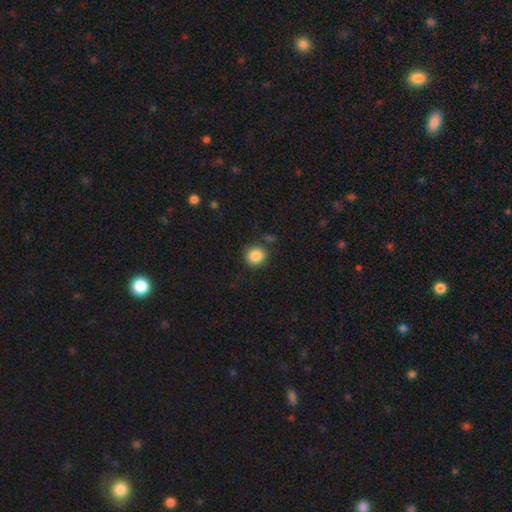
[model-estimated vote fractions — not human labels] Smooth or featured? Predicted: smooth (p=0.86). How rounded? Predicted: round (p=0.85). Merging? Predicted: none (p=0.84).